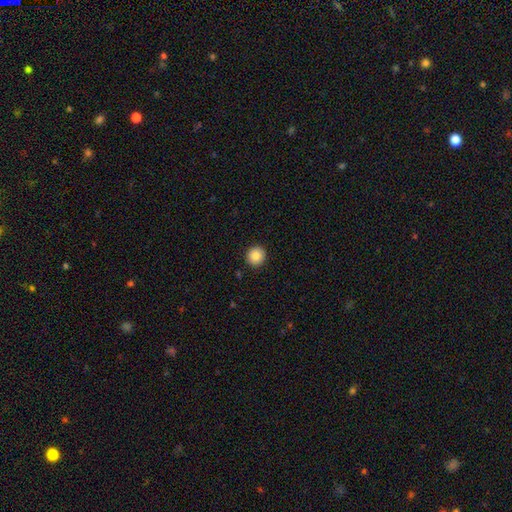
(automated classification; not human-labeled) A smooth galaxy with no disk features (87%) that is round (93%).

Vote fractions:
- Smooth or featured? smooth: 87% / star or artifact: 9% / featured or disk: 4%
- How rounded? round: 93% / in between: 6% / cigar-shaped: 1%
- Merging? none: 92% / minor disturbance: 5% / major disturbance: 2% / merger: 1%